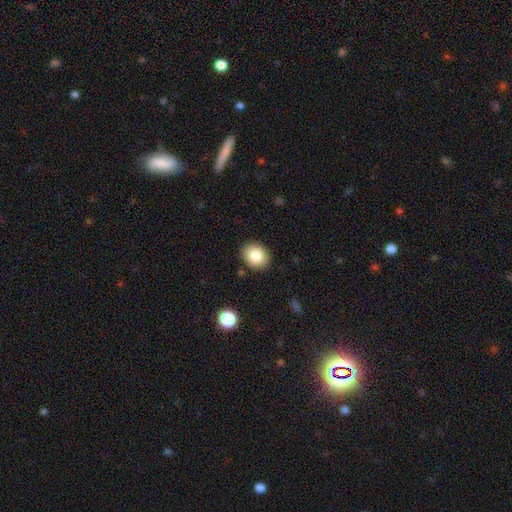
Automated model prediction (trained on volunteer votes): Q: Smooth or featured?
A: smooth (84%); runner-up: star or artifact (9%)
Q: How rounded?
A: round (52%); runner-up: in between (47%)
Q: Merging?
A: none (88%); runner-up: minor disturbance (8%)